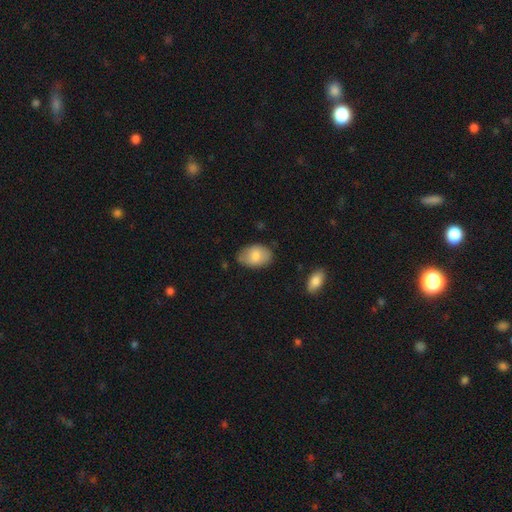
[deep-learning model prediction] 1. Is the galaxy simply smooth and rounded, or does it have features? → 81% smooth, 13% featured or disk, 6% star or artifact.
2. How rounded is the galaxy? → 89% in between, 10% round, 1% cigar-shaped.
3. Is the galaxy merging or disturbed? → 73% none, 22% minor disturbance, 4% major disturbance, 2% merger.